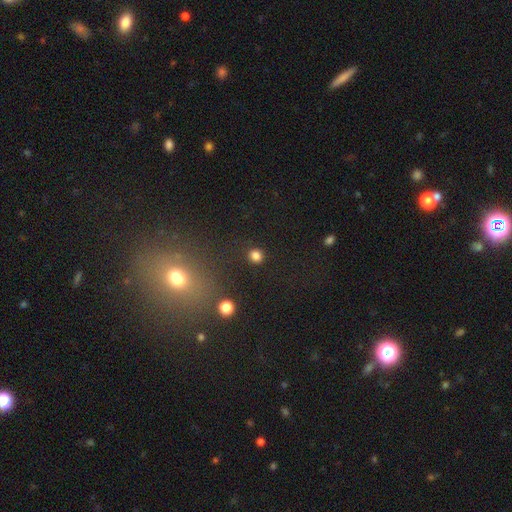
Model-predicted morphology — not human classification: Overall: smooth (82%). How rounded: round (90%). Merging: none (90%).